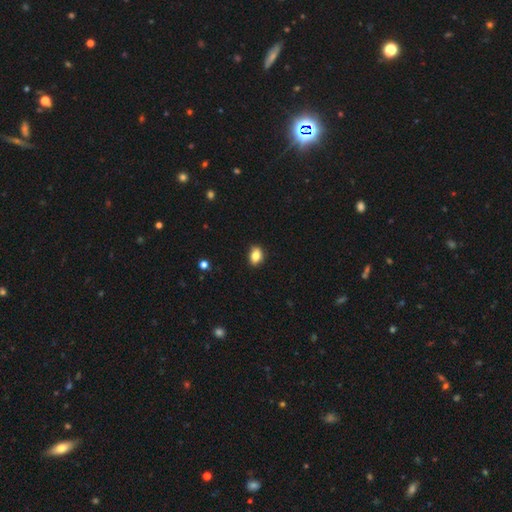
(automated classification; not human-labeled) This appears to be a smooth galaxy with no disk features (81%) that is in between round and cigar-shaped (76%). Merging: none (82%).